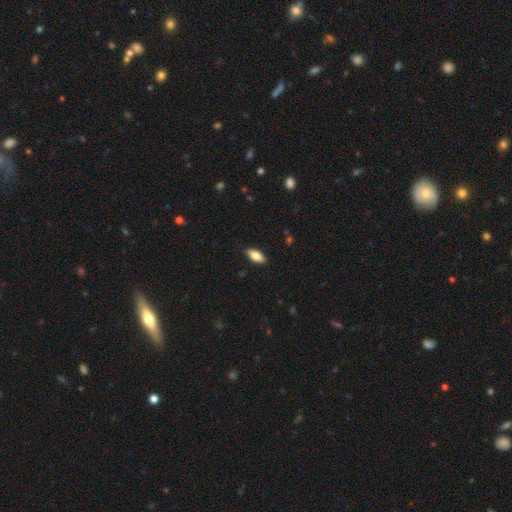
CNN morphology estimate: Q: Smooth or featured?
A: smooth (79%); runner-up: featured or disk (14%)
Q: How rounded?
A: in between (86%); runner-up: cigar-shaped (12%)
Q: Merging?
A: none (87%); runner-up: minor disturbance (10%)